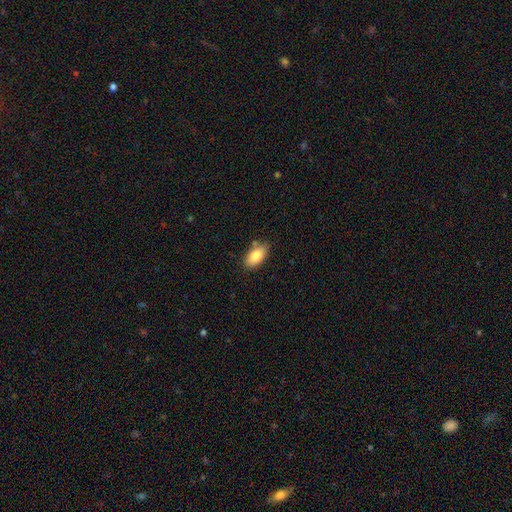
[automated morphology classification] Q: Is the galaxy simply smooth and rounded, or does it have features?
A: smooth — 82%.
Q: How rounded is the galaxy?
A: in between — 92%.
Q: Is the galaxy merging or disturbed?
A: none — 78%.